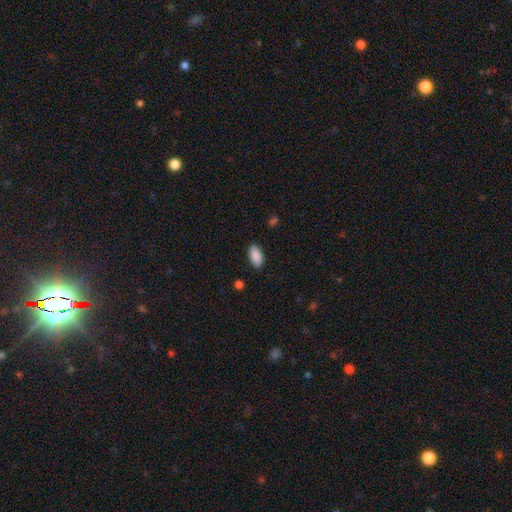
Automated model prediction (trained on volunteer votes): Smooth or featured?
  - smooth: 90% *
  - star or artifact: 7%
  - featured or disk: 4%
How rounded?
  - in between: 94% *
  - round: 3%
  - cigar-shaped: 3%
Merging?
  - none: 87% *
  - minor disturbance: 9%
  - major disturbance: 2%
  - merger: 1%